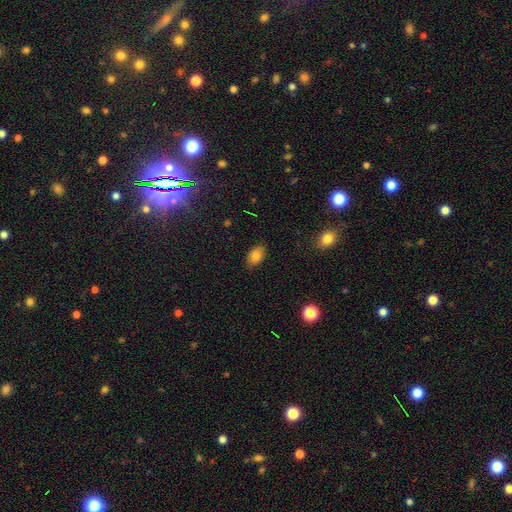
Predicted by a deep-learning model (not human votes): Q: Smooth or featured?
A: smooth (82%); runner-up: star or artifact (10%)
Q: How rounded?
A: in between (89%); runner-up: round (10%)
Q: Merging?
A: none (85%); runner-up: minor disturbance (11%)